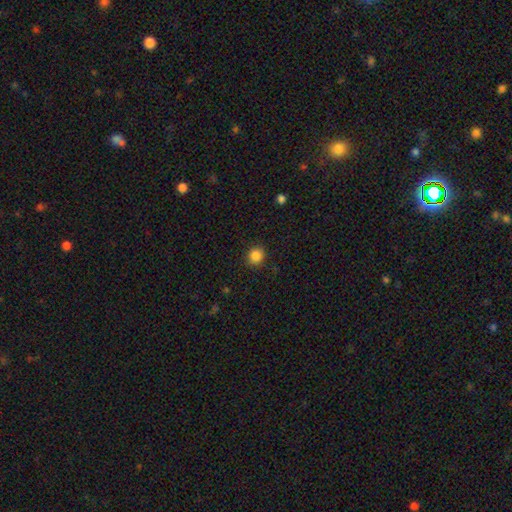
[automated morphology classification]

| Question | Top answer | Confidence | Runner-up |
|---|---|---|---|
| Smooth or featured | smooth | 86% | star or artifact (10%) |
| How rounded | round | 81% | in between (18%) |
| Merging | none | 89% | minor disturbance (8%) |